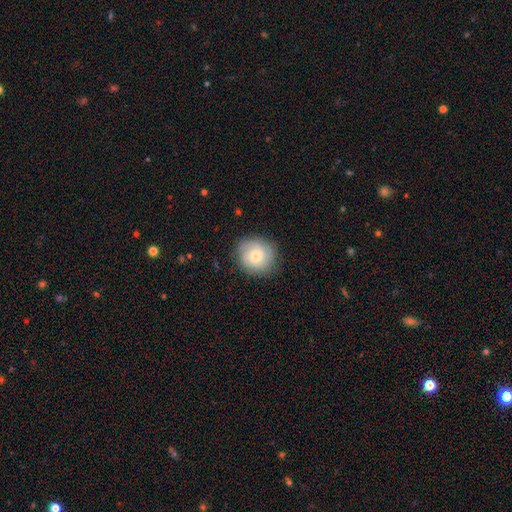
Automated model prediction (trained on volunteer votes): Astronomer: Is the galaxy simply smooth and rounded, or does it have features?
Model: smooth — 69%.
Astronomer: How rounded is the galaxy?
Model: round — 87%.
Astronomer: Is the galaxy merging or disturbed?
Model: none — 82%.